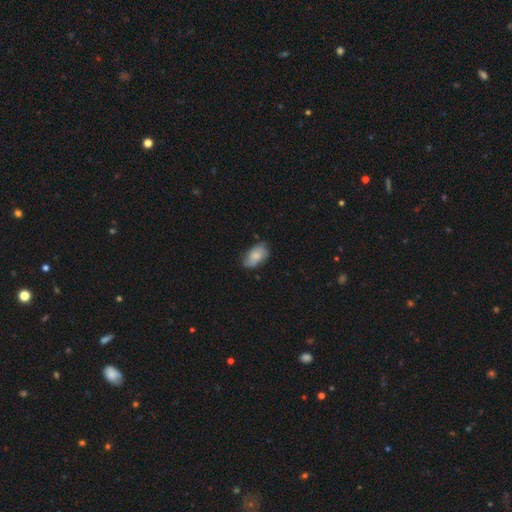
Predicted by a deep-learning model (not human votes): smooth 65%, featured or disk 27%, star or artifact 7%. Down the decision tree: how rounded — in between (92%); merging — none (67%).